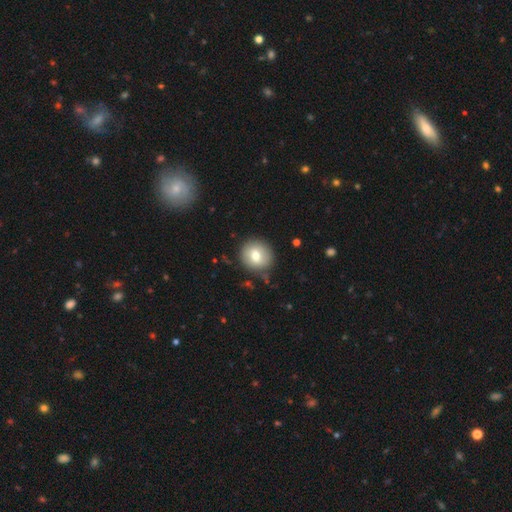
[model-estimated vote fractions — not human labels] Overall: smooth (74%). How rounded: round (89%). Merging: none (85%).